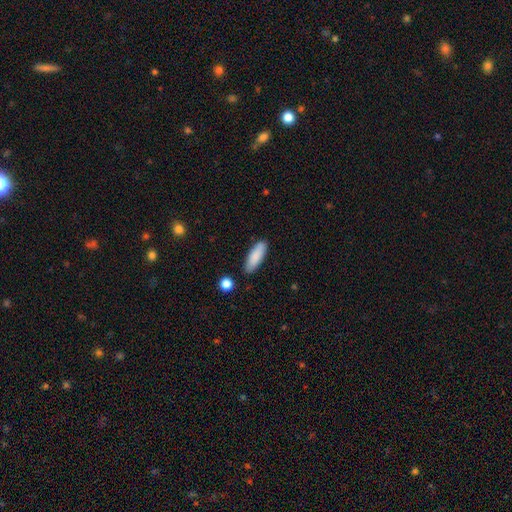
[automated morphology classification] A smooth galaxy with no disk features (87%) that is in between round and cigar-shaped (56%).

Vote fractions:
- Smooth or featured? smooth: 87% / featured or disk: 7% / star or artifact: 6%
- How rounded? in between: 56% / cigar-shaped: 42% / round: 2%
- Merging? none: 86% / minor disturbance: 10% / merger: 2% / major disturbance: 2%